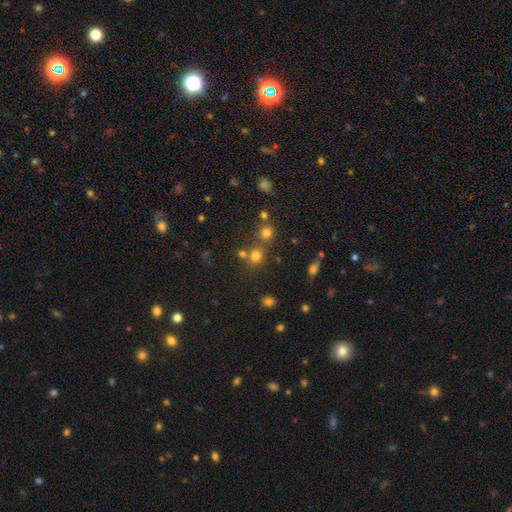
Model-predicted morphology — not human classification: A smooth galaxy with no disk features (71%) that is round (82%). Merging: none (66%).